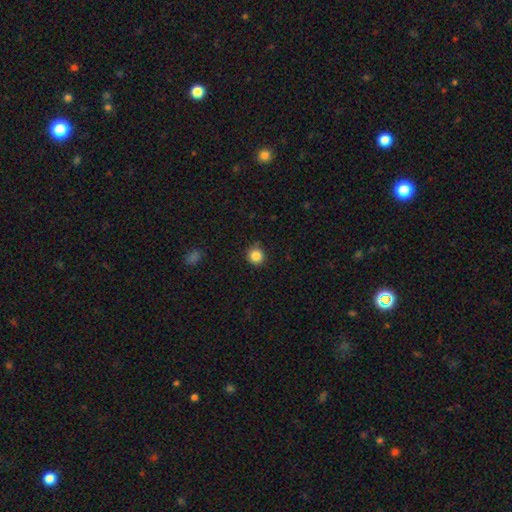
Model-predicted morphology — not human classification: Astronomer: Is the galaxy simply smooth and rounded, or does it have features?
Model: smooth — 86%.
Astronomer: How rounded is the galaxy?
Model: round — 92%.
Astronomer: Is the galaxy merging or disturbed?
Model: none — 87%.